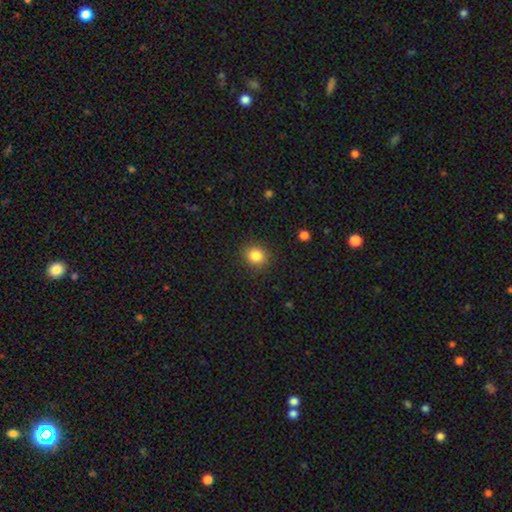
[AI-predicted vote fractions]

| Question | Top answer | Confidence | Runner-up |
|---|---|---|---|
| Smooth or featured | smooth | 85% | star or artifact (10%) |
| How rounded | round | 77% | in between (22%) |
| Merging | none | 88% | minor disturbance (8%) |